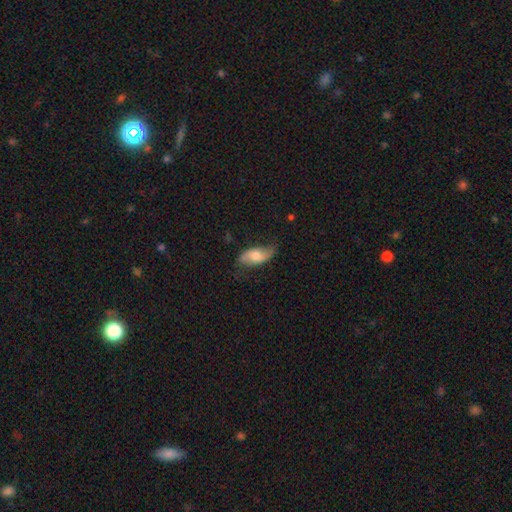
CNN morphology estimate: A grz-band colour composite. It shows a smooth galaxy with no disk features (51%) that is in between round and cigar-shaped (88%). Merging: none (65%).